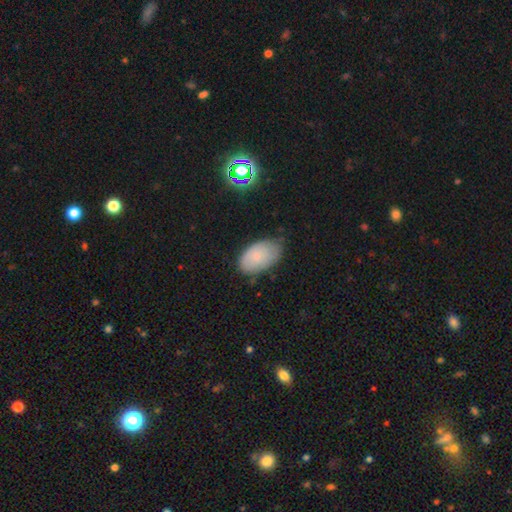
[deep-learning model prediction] Smooth or featured?
  - smooth: 71% *
  - featured or disk: 17%
  - star or artifact: 12%
How rounded?
  - in between: 92% *
  - round: 6%
  - cigar-shaped: 1%
Merging?
  - none: 66% *
  - minor disturbance: 27%
  - major disturbance: 5%
  - merger: 2%